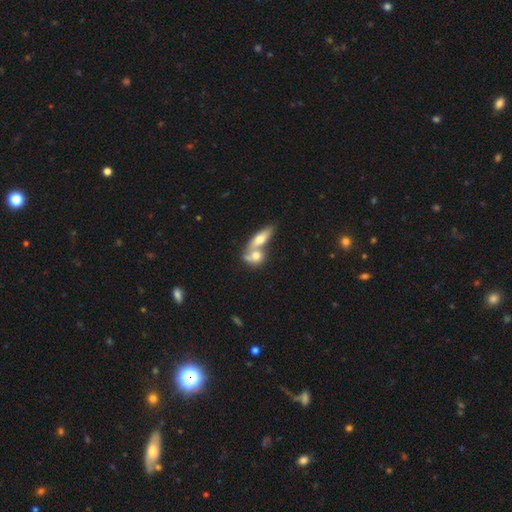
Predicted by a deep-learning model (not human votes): A smooth galaxy with no disk features (61%) that is in between round and cigar-shaped (54%). Merging: merger (69%).